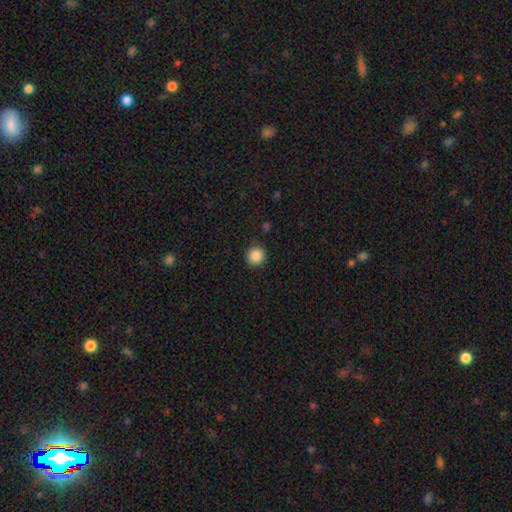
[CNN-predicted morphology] Smooth or featured?
  - smooth: 87% *
  - star or artifact: 10%
  - featured or disk: 3%
How rounded?
  - round: 94% *
  - in between: 5%
  - cigar-shaped: 1%
Merging?
  - none: 91% *
  - minor disturbance: 6%
  - major disturbance: 2%
  - merger: 1%